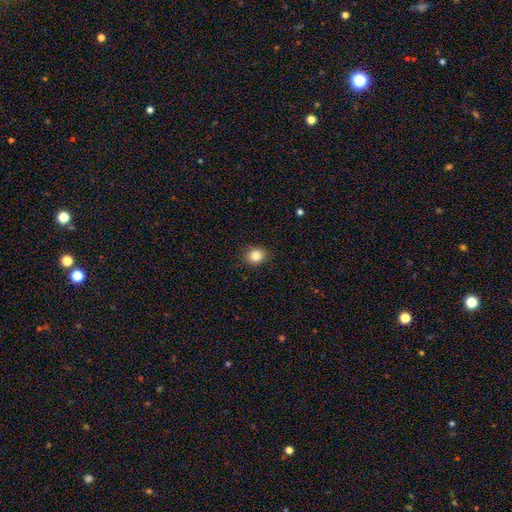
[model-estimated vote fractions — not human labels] Q: Smooth or featured?
A: smooth (85%); runner-up: star or artifact (10%)
Q: How rounded?
A: round (76%); runner-up: in between (23%)
Q: Merging?
A: none (88%); runner-up: minor disturbance (8%)